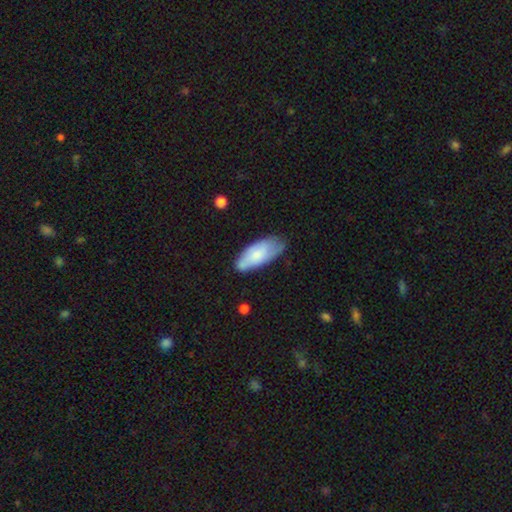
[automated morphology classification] Smooth or featured? Predicted: smooth (p=0.72). How rounded? Predicted: in between (p=0.85). Merging? Predicted: none (p=0.58).